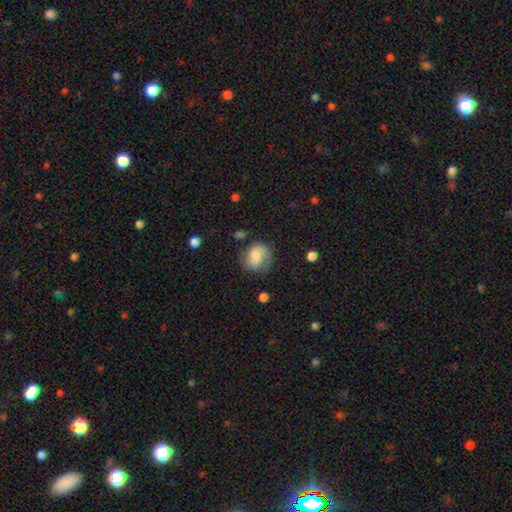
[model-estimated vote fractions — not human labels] This is possibly a smooth galaxy (57%). How rounded: likely round (71%). Merging: possibly none (57%).